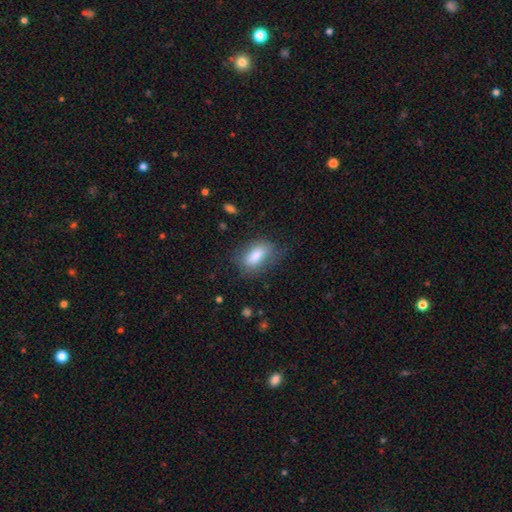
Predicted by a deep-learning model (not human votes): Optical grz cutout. It shows a smooth galaxy with no disk features (80%) that is in between round and cigar-shaped (88%). Merging: none (63%).